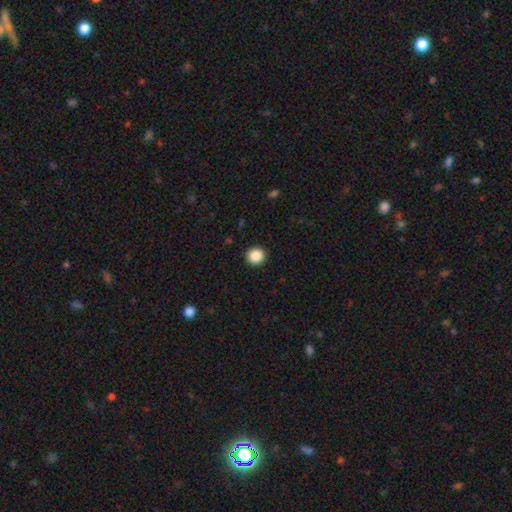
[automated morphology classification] A smooth galaxy with no disk features (88%) that is round (94%).

Vote fractions:
- Smooth or featured? smooth: 88% / star or artifact: 10% / featured or disk: 3%
- How rounded? round: 94% / in between: 5% / cigar-shaped: 1%
- Merging? none: 93% / minor disturbance: 5% / major disturbance: 2% / merger: 1%